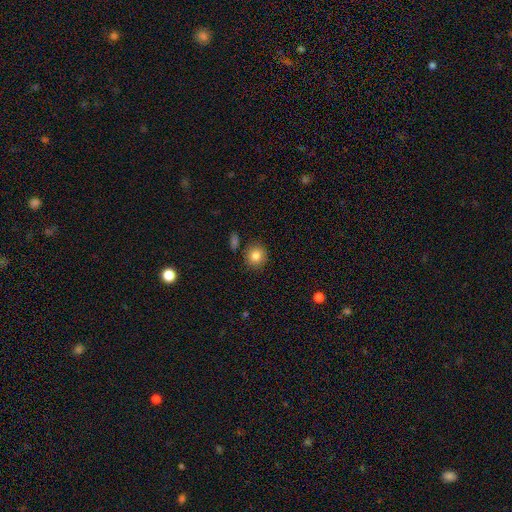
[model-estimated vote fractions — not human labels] smooth 82%, star or artifact 10%, featured or disk 8%. Down the decision tree: how rounded — round (90%); merging — none (87%).